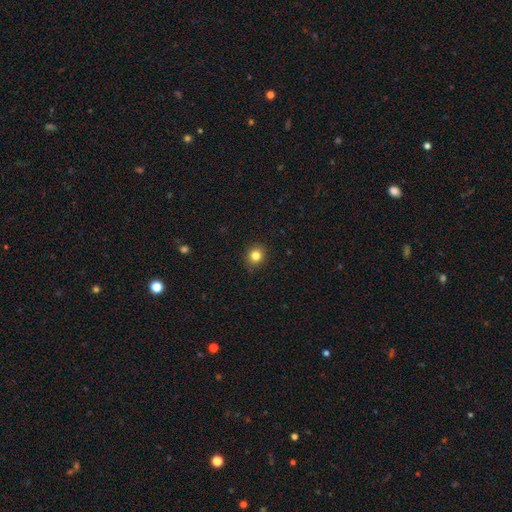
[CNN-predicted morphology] type=smooth (82%); roundness=round (82%); merging=none (90%).